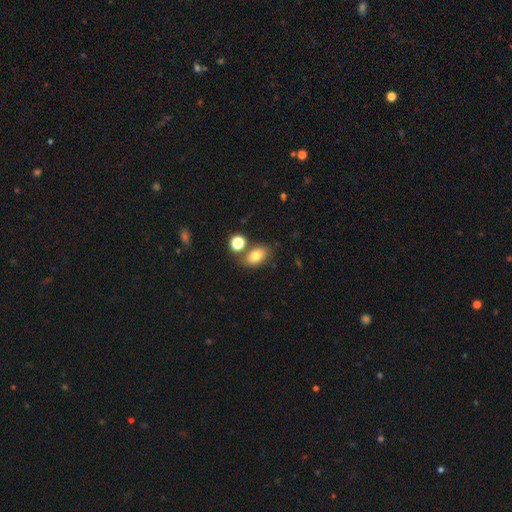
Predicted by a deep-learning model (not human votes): This is likely a smooth galaxy (77%). How rounded: clearly in between (82%). Merging: likely none (70%).